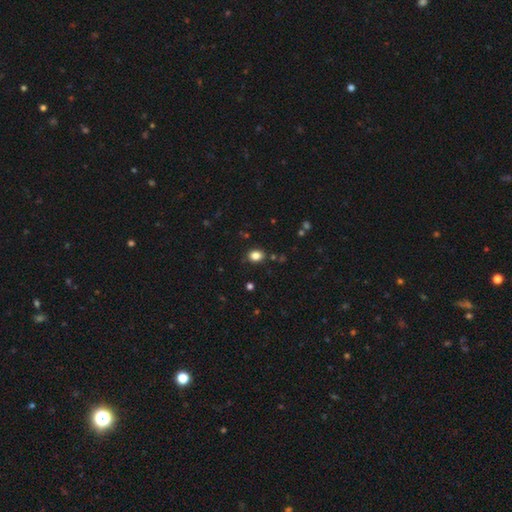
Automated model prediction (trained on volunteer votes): smooth-or-featured: smooth: 84% | star or artifact: 11% | featured or disk: 5%
  how-rounded: in between: 57% | round: 42% | cigar-shaped: 1%
  merging: none: 84% | minor disturbance: 11% | major disturbance: 3% | merger: 2%